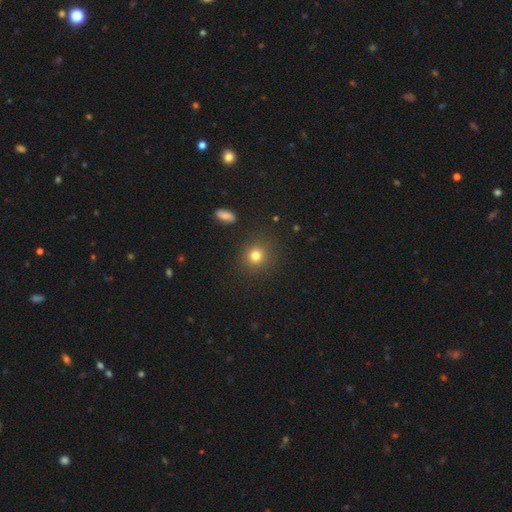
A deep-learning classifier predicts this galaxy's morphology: Smooth or featured? smooth (79%)
How rounded? round (87%)
Merging? none (88%)